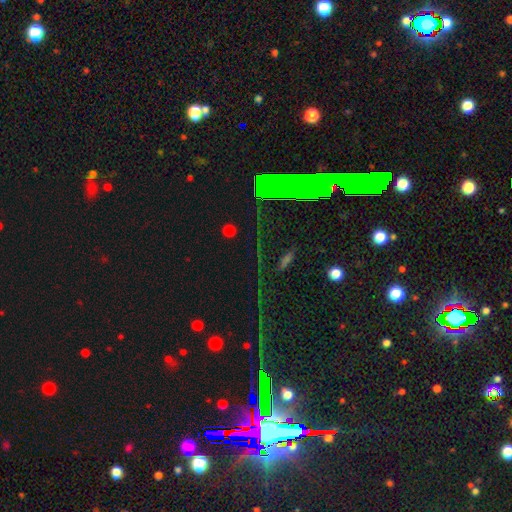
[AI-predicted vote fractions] smooth_or_featured: star or artifact (p=0.59) [alt: featured or disk p=0.23]